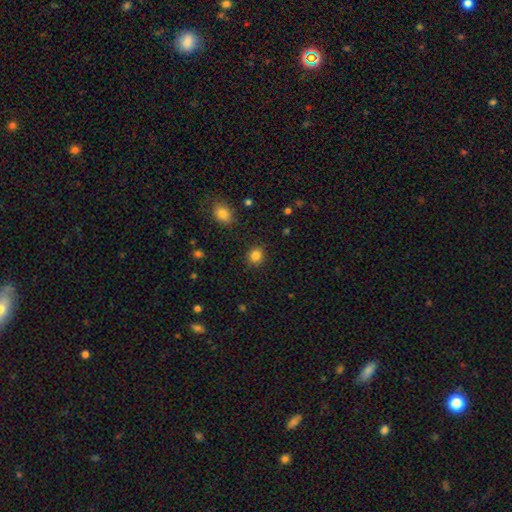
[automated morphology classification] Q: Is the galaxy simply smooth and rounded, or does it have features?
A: smooth — 85%.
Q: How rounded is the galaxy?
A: round — 77%.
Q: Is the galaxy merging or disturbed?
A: none — 89%.